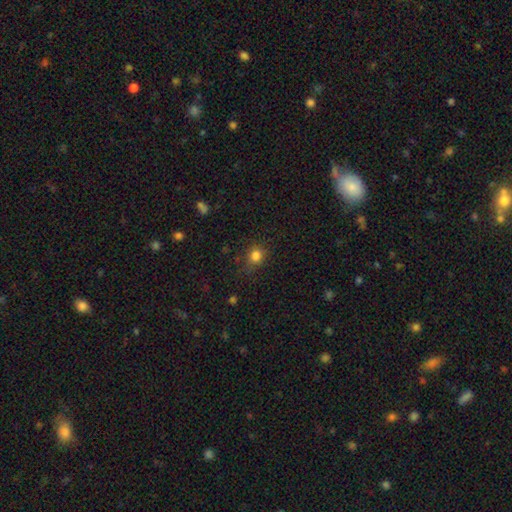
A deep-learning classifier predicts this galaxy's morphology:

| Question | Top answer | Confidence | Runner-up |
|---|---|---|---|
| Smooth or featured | smooth | 81% | star or artifact (14%) |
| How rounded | round | 79% | in between (20%) |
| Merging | none | 76% | minor disturbance (16%) |